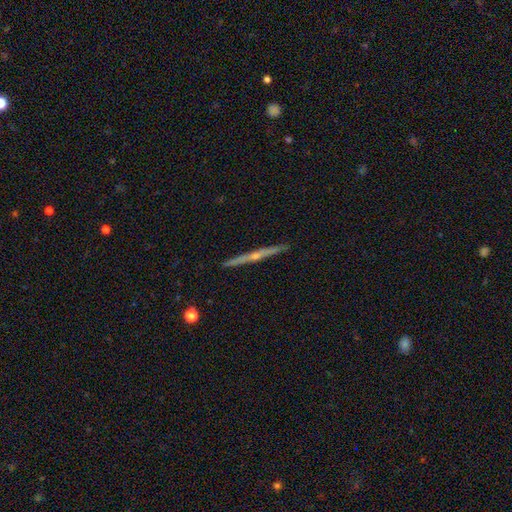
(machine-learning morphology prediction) Smooth or featured? featured or disk (78%)
Edge-on disk? yes (98%)
Edge-on bulge? rounded (74%)
Merging? none (92%)